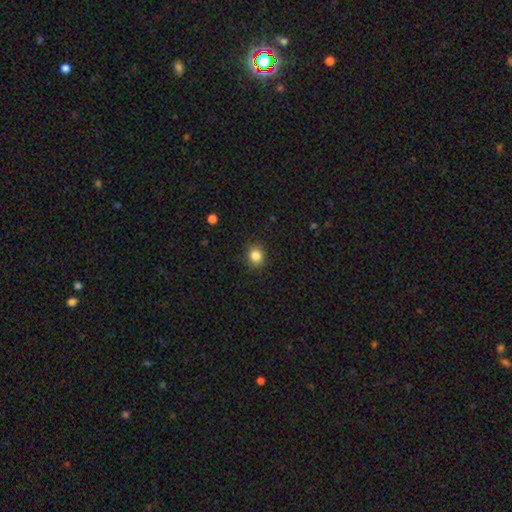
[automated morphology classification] smooth 85%, star or artifact 11%, featured or disk 4%. Down the decision tree: how rounded — round (81%); merging — none (89%).